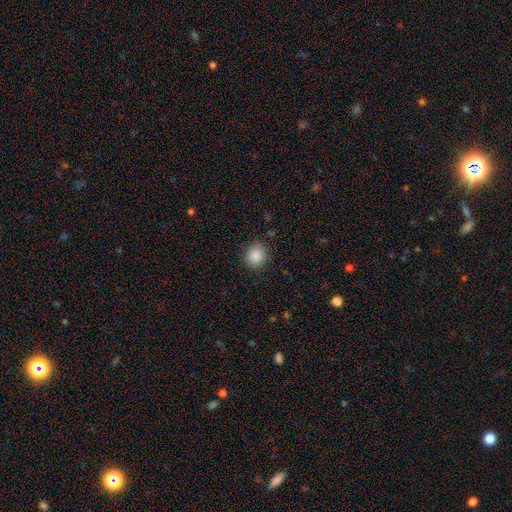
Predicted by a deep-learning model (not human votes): smooth 88%, star or artifact 9%, featured or disk 4%. Down the decision tree: how rounded — round (77%); merging — none (87%).